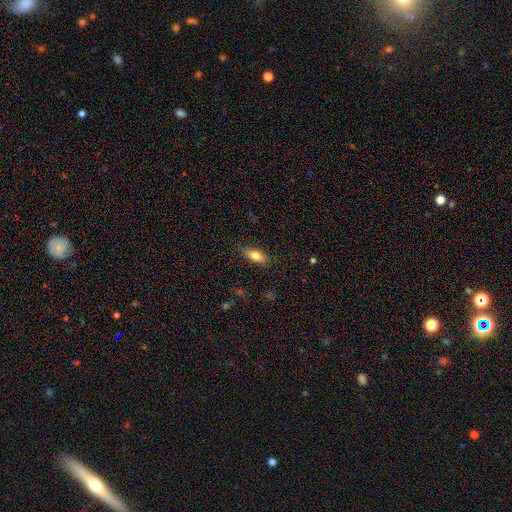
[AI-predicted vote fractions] A smooth galaxy with no disk features (77%) that is in between round and cigar-shaped (77%). Merging: none (85%).